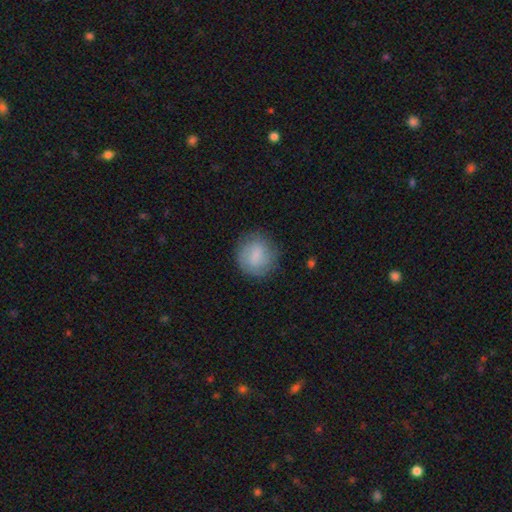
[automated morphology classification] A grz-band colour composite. It shows a smooth galaxy with no disk features (67%) that is round (83%). Merging: none (76%).